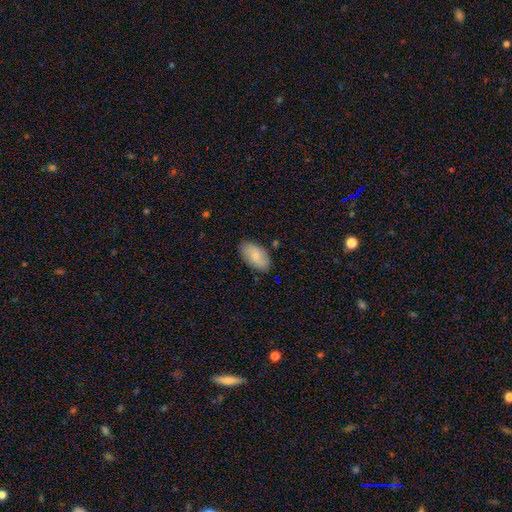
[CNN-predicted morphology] The model was most divided on "smooth or featured": smooth: 74%, featured or disk: 20%, star or artifact: 6%. More confident: how rounded — in between (94%); merging — none (83%).